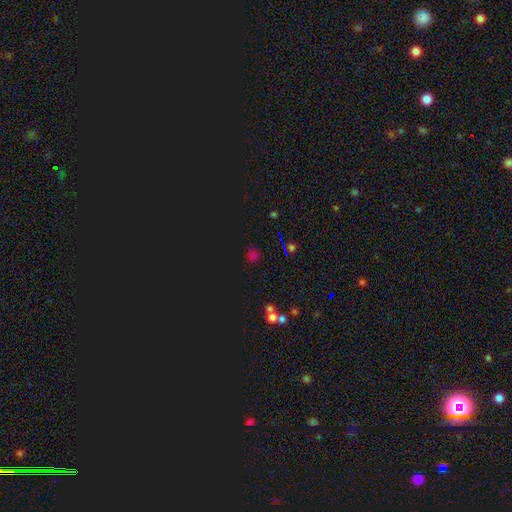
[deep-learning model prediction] A star or artifact, not a galaxy (54%).